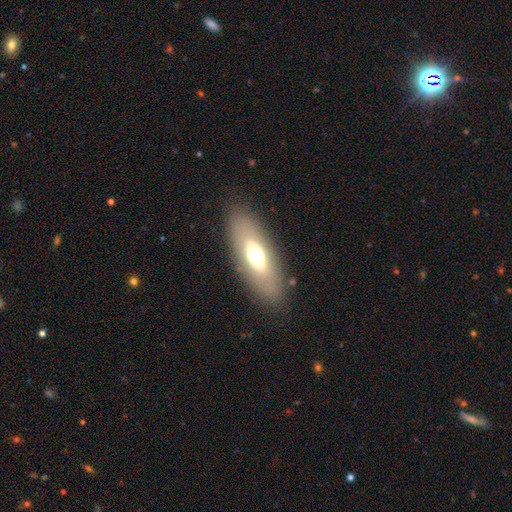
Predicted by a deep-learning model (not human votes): This is possibly a smooth galaxy (57%). How rounded: likely in between (76%). Merging: clearly none (85%).